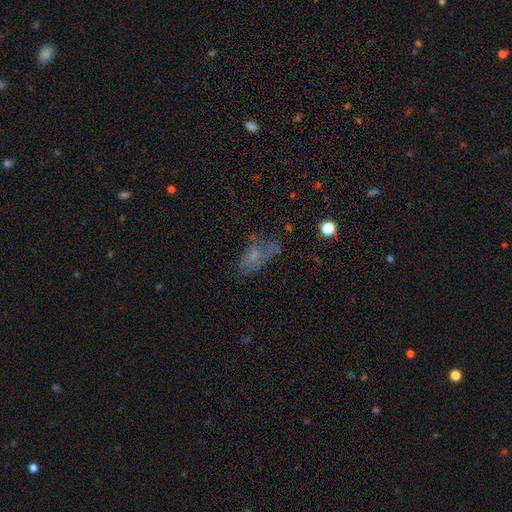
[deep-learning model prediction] A smooth galaxy with no disk features (43%).

Vote fractions:
- Smooth or featured? smooth: 43% / featured or disk: 36% / star or artifact: 21%
- Merging? none: 50% / minor disturbance: 24% / major disturbance: 21% / merger: 5%